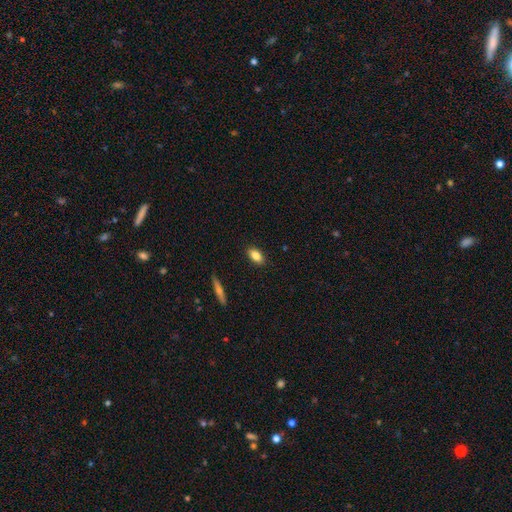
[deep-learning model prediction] smooth-or-featured: smooth: 83% | featured or disk: 9% | star or artifact: 8%
  how-rounded: in between: 87% | cigar-shaped: 8% | round: 5%
  merging: none: 88% | minor disturbance: 9% | major disturbance: 2% | merger: 1%